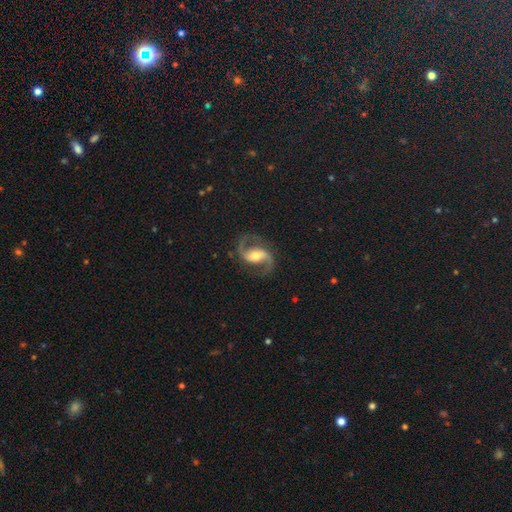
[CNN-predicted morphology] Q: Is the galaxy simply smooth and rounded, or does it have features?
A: featured or disk — 91%.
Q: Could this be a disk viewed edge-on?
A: no — 98%.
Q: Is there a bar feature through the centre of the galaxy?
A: weak — 39%.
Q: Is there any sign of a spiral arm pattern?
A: yes — 98%.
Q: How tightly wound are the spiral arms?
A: medium — 53%.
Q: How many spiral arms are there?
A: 2 — 94%.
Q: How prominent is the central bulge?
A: moderate — 64%.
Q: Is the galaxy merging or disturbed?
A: none — 83%.